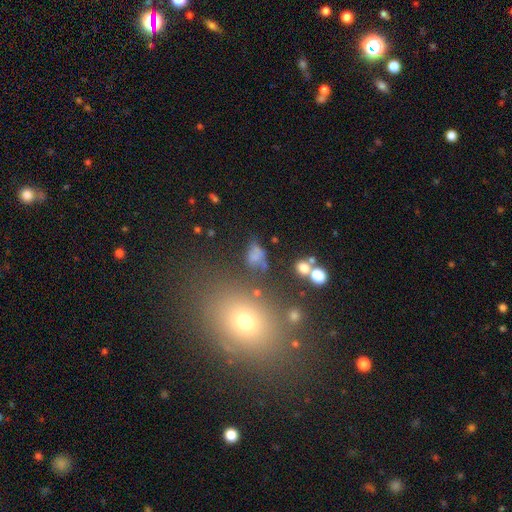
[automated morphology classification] smooth-or-featured: smooth: 60% | featured or disk: 20% | star or artifact: 19%
  how-rounded: in between: 66% | round: 30% | cigar-shaped: 4%
  merging: none: 42% | minor disturbance: 21% | major disturbance: 19% | merger: 17%